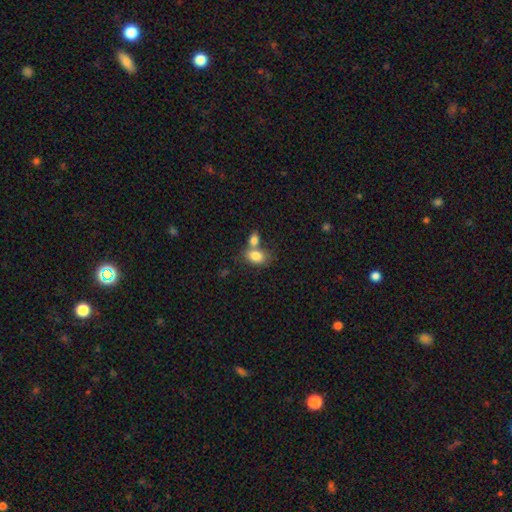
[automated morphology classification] A smooth galaxy with no disk features (82%) that is in between round and cigar-shaped (80%).

Vote fractions:
- Smooth or featured? smooth: 82% / featured or disk: 10% / star or artifact: 8%
- How rounded? in between: 80% / round: 18% / cigar-shaped: 1%
- Merging? merger: 48% / none: 38% / minor disturbance: 10% / major disturbance: 4%